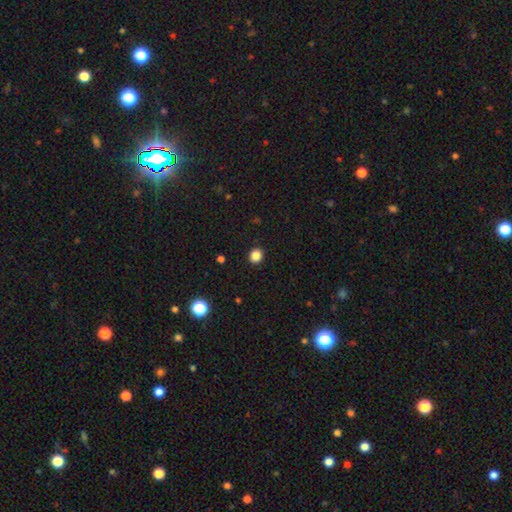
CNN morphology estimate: type=smooth (85%); roundness=round (84%); merging=none (92%).